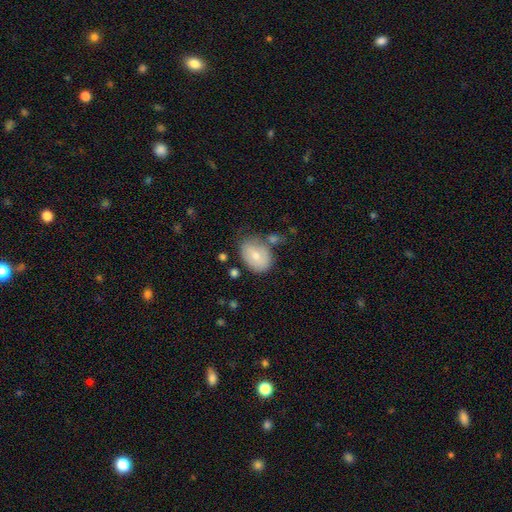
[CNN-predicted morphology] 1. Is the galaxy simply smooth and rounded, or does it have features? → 72% smooth, 21% featured or disk, 7% star or artifact.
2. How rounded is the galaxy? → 74% in between, 25% round, 1% cigar-shaped.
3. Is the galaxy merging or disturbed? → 57% none, 25% minor disturbance, 10% merger, 8% major disturbance.